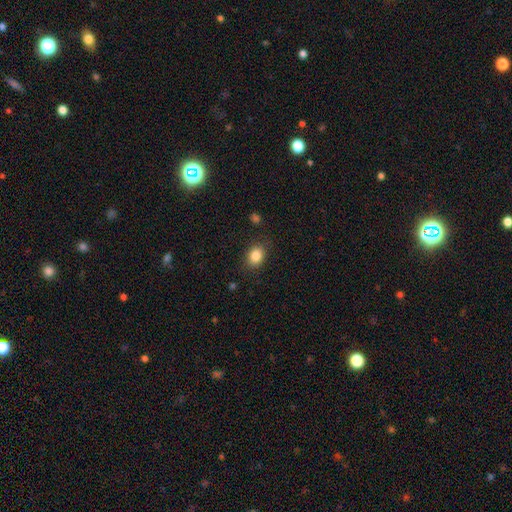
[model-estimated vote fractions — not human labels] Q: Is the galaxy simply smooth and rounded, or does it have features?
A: smooth — 85%.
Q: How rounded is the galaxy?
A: in between — 59%.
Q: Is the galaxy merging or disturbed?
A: none — 82%.